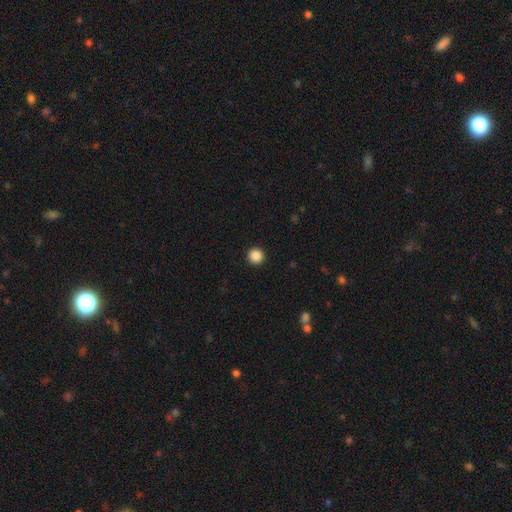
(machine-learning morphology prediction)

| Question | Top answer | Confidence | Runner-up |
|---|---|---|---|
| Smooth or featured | smooth | 88% | star or artifact (10%) |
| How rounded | round | 96% | in between (3%) |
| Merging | none | 94% | minor disturbance (4%) |